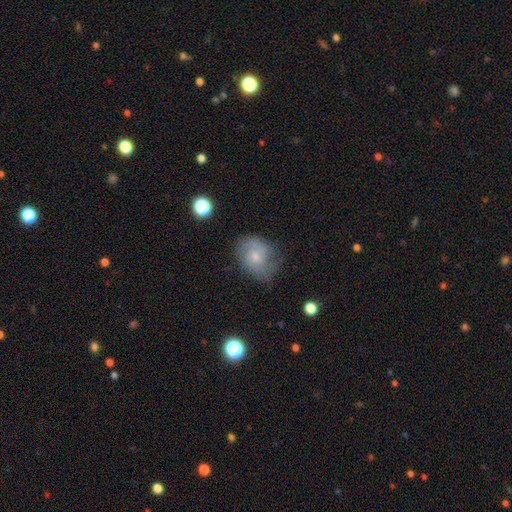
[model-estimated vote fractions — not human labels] Smooth or featured: featured or disk — 50% (smooth — 41%)
Edge-on disk: no — 97% (yes — 3%)
Merging: none — 59% (minor disturbance — 27%)